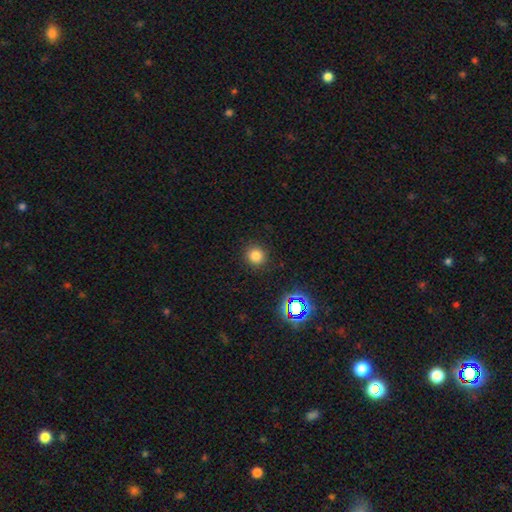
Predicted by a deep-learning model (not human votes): A smooth galaxy with no disk features (78%) that is round (92%). Merging: none (90%).